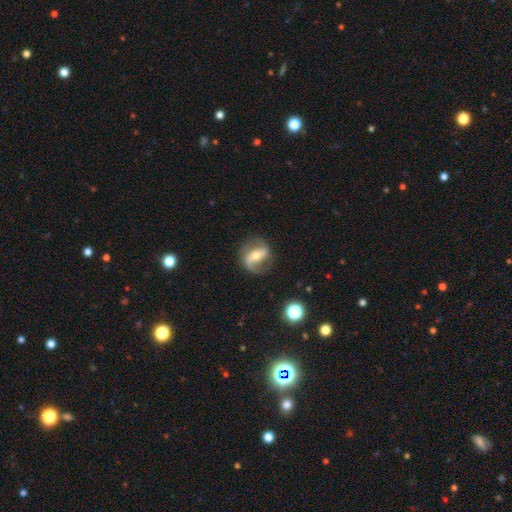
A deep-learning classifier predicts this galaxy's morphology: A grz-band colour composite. It shows a featured or disk galaxy (80%) with a strong bar (43%), 2 (75%) loose (46%) spiral arms (92%) and a moderate central bulge (57%). Merging: none (72%).